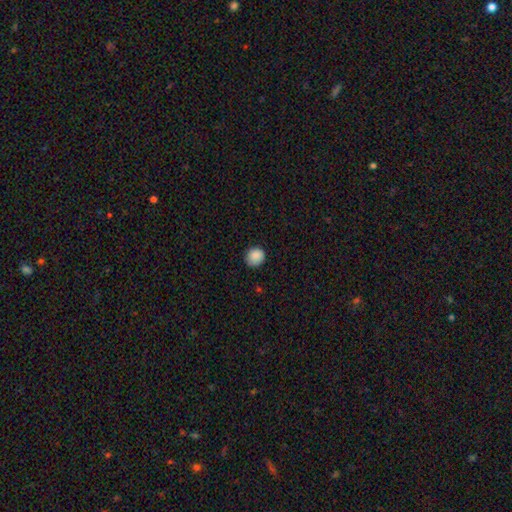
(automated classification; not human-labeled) A smooth galaxy with no disk features (88%) that is round (86%). Merging: none (86%).